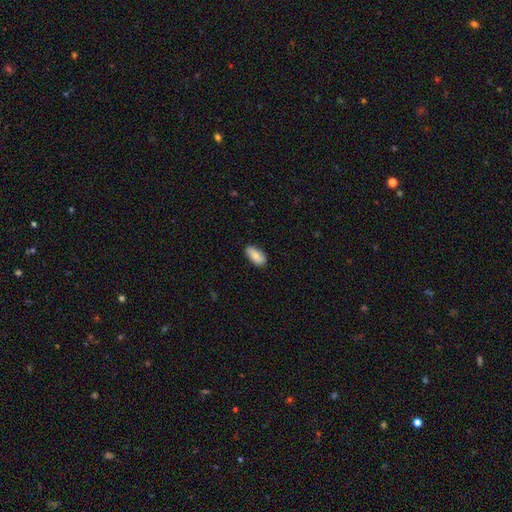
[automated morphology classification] smooth_or_featured: smooth (p=0.83) [alt: featured or disk p=0.11]
how_rounded: in between (p=0.90) [alt: cigar-shaped p=0.08]
merging: none (p=0.83) [alt: minor disturbance p=0.14]